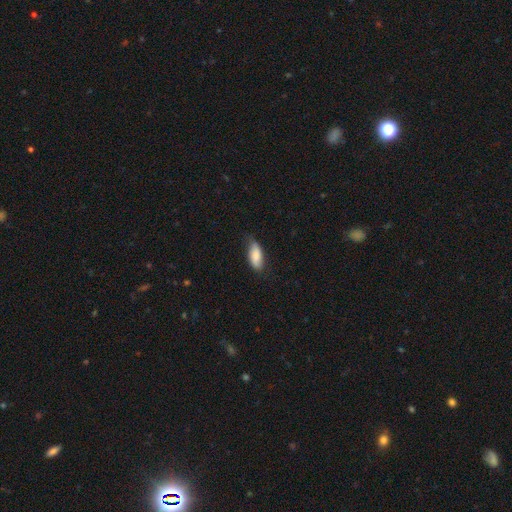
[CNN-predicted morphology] This is clearly a smooth galaxy (84%). How rounded: clearly in between (81%). Merging: likely none (69%).